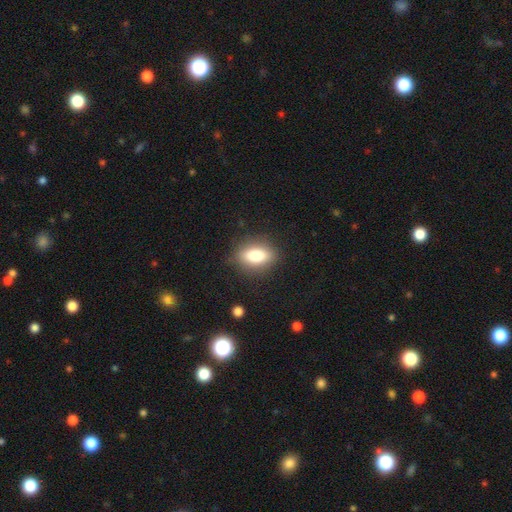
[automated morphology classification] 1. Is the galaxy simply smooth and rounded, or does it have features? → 79% smooth, 12% featured or disk, 9% star or artifact.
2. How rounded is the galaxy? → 81% in between, 13% round, 6% cigar-shaped.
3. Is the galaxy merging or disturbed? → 84% none, 11% minor disturbance, 4% major disturbance, 1% merger.